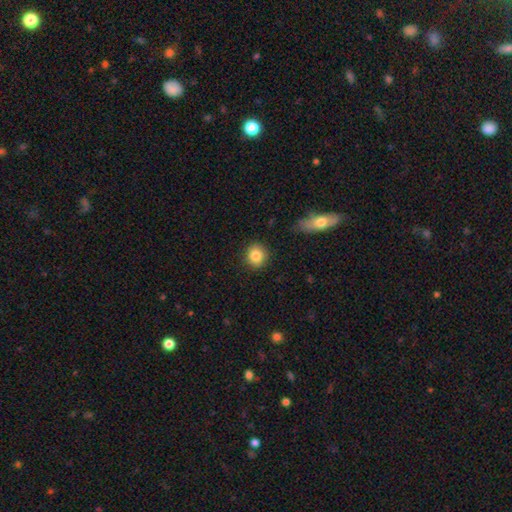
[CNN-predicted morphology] The model was most divided on "how rounded": round: 84%, in between: 15%, cigar-shaped: 1%. More confident: merging — none (88%); smooth or featured — smooth (85%).